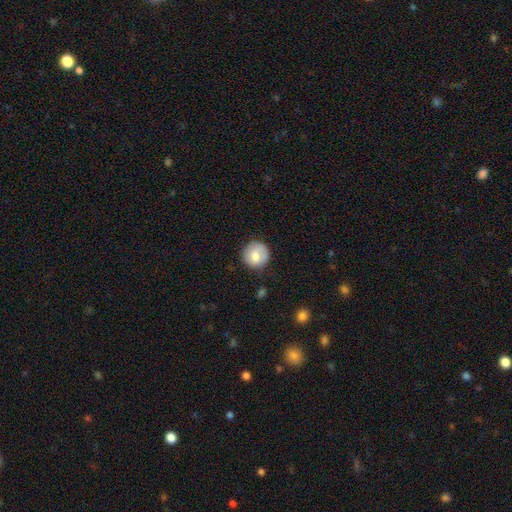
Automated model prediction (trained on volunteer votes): Smooth or featured? Predicted: smooth (p=0.73). How rounded? Predicted: round (p=0.91). Merging? Predicted: none (p=0.77).